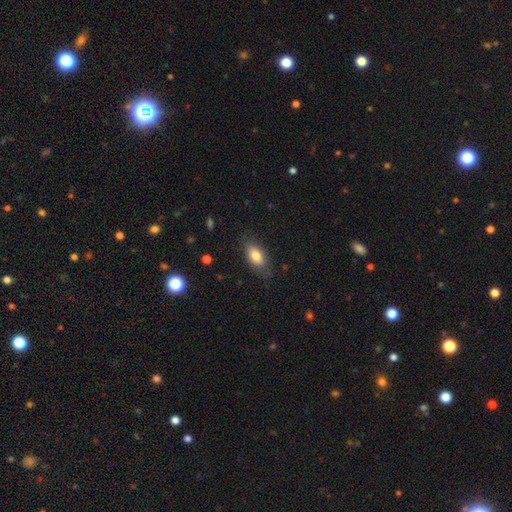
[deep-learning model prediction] smooth_or_featured: smooth (p=0.80) [alt: featured or disk p=0.13]
how_rounded: in between (p=0.89) [alt: cigar-shaped p=0.07]
merging: none (p=0.75) [alt: minor disturbance p=0.19]